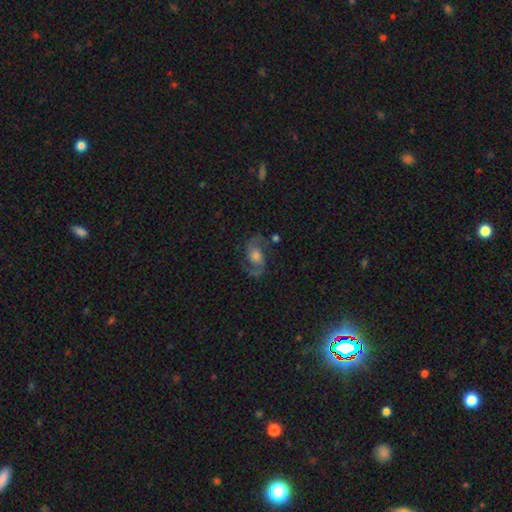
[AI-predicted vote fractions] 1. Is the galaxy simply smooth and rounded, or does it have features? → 84% featured or disk, 9% smooth, 8% star or artifact.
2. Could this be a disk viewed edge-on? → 97% no, 3% yes.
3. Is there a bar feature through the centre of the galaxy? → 61% no, 31% weak, 7% strong.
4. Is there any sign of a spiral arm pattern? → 96% yes, 4% no.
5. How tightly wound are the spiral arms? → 51% medium, 36% loose, 12% tight.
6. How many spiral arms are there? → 93% 2, 2% can't tell, 2% 1, 1% 3, 1% 4, 1% more than 4.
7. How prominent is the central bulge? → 53% moderate, 23% large, 17% small, 5% none, 2% dominant.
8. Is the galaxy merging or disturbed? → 73% none, 15% minor disturbance, 9% major disturbance, 3% merger.